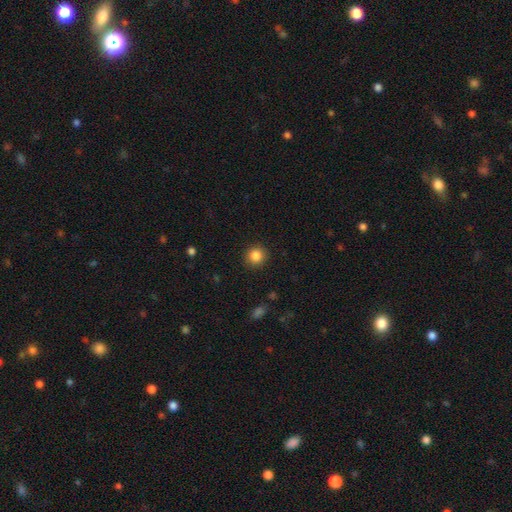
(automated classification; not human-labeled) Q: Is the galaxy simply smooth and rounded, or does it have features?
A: smooth — 85%.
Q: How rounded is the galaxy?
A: round — 91%.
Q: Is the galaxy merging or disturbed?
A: none — 91%.